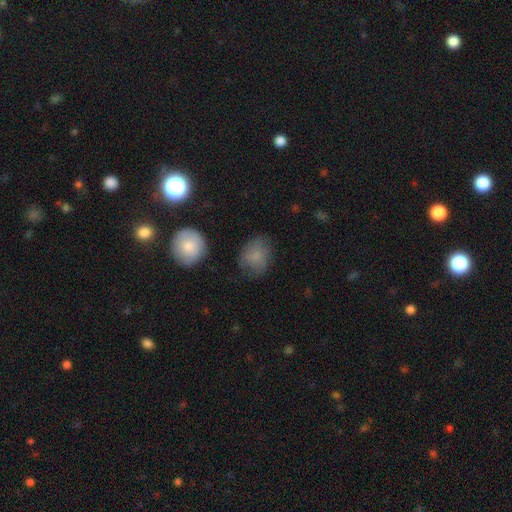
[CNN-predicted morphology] Smooth or featured? smooth (78%)
How rounded? round (50%)
Merging? none (61%)